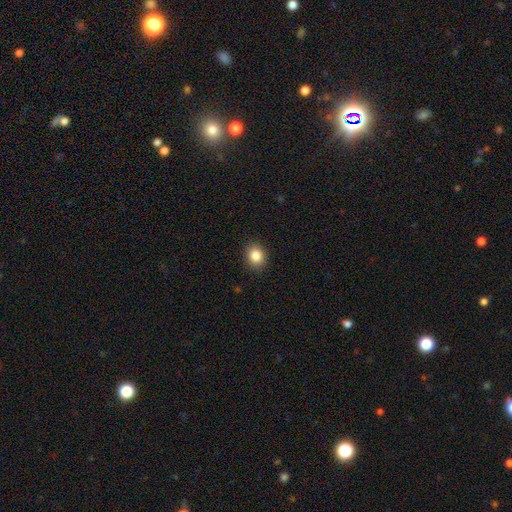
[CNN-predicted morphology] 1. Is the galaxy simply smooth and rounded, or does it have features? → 86% smooth, 10% star or artifact, 5% featured or disk.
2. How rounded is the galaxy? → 64% round, 35% in between, 1% cigar-shaped.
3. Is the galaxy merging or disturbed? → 90% none, 7% minor disturbance, 2% major disturbance, 1% merger.